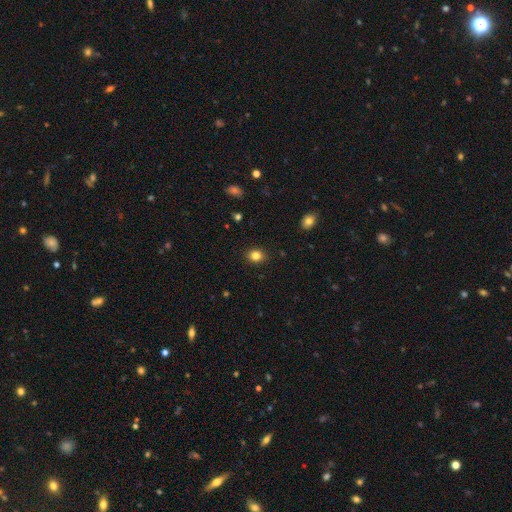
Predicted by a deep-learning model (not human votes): Smooth or featured? Predicted: smooth (p=0.83). How rounded? Predicted: round (p=0.57). Merging? Predicted: none (p=0.89).